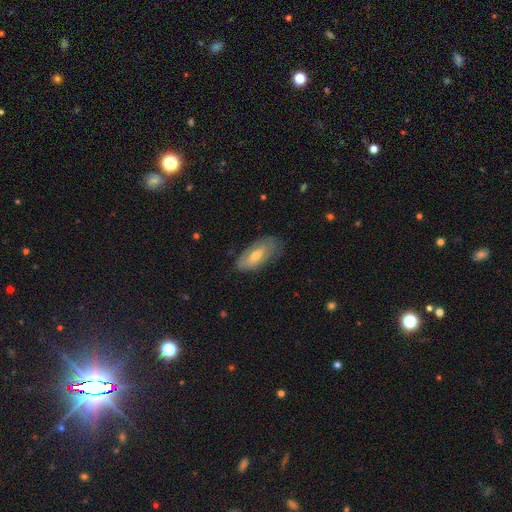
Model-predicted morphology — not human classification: Smooth or featured: featured or disk — 53% (smooth — 40%)
Edge-on disk: no — 81% (yes — 19%)
Merging: none — 73% (minor disturbance — 21%)